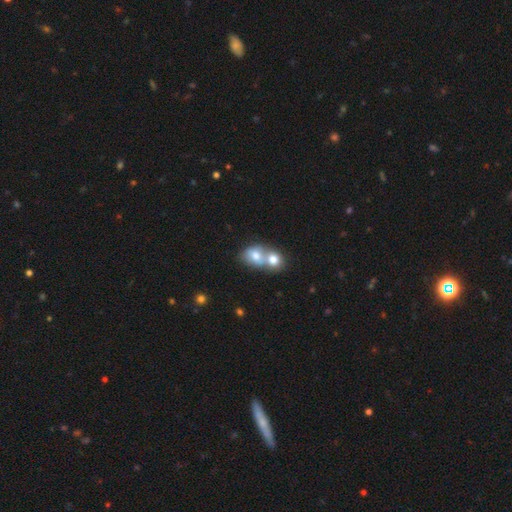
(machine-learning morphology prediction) Smooth or featured: smooth — 72% (featured or disk — 19%)
How rounded: round — 51% (in between — 48%)
Merging: merger — 71% (none — 20%)